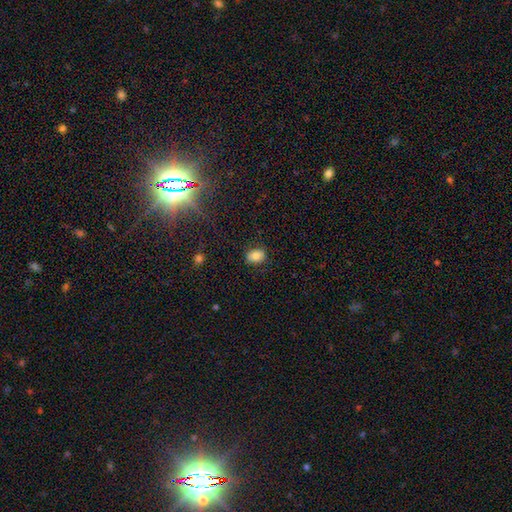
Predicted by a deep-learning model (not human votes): Smooth or featured? Predicted: smooth (p=0.81). How rounded? Predicted: in between (p=0.68). Merging? Predicted: none (p=0.83).